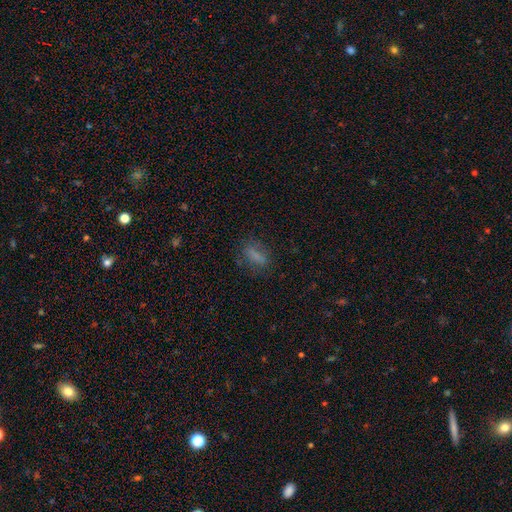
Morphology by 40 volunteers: Smooth or featured?
  - smooth: 78% *
  - star or artifact: 12%
  - featured or disk: 10%
How rounded?
  - in between: 58% *
  - cigar-shaped: 42%
  - round: 0%
Merging?
  - none: 83% *
  - minor disturbance: 9%
  - major disturbance: 9%
  - merger: 0%